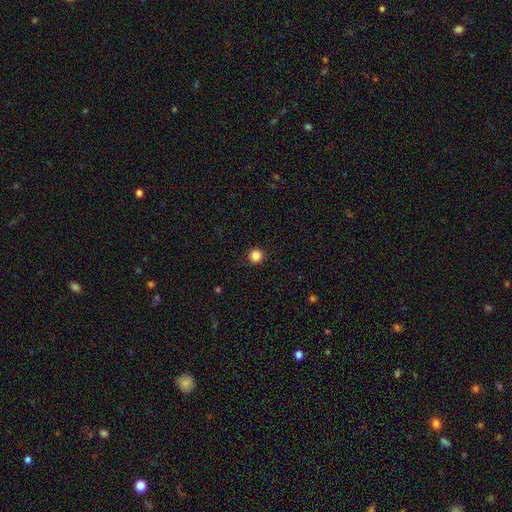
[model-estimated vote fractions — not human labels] Morphology: type=smooth (85%); roundness=round (94%); merging=none (91%).